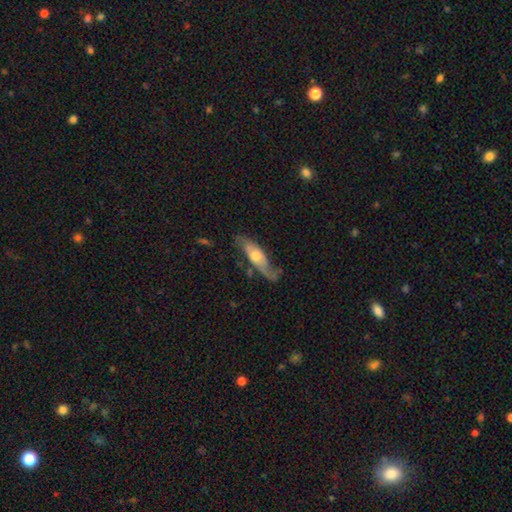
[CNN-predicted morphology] A featured or disk galaxy (63%).

Vote fractions:
- Smooth or featured? featured or disk: 63% / smooth: 31% / star or artifact: 6%
- Edge-on disk? no: 65% / yes: 35%
- Merging? none: 56% / minor disturbance: 26% / major disturbance: 14% / merger: 4%